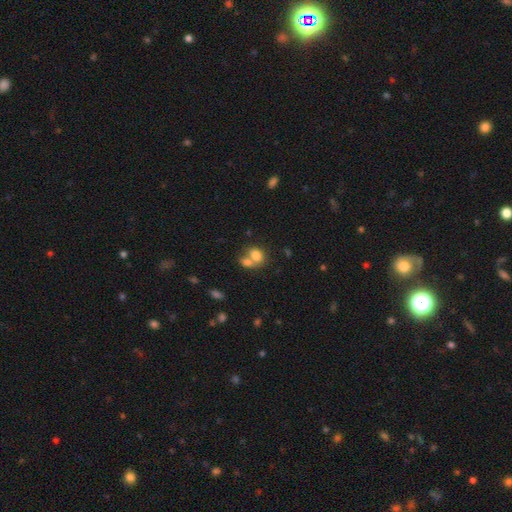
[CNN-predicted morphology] Q: Smooth or featured?
A: smooth (78%); runner-up: featured or disk (12%)
Q: How rounded?
A: in between (62%); runner-up: round (37%)
Q: Merging?
A: merger (57%); runner-up: none (31%)